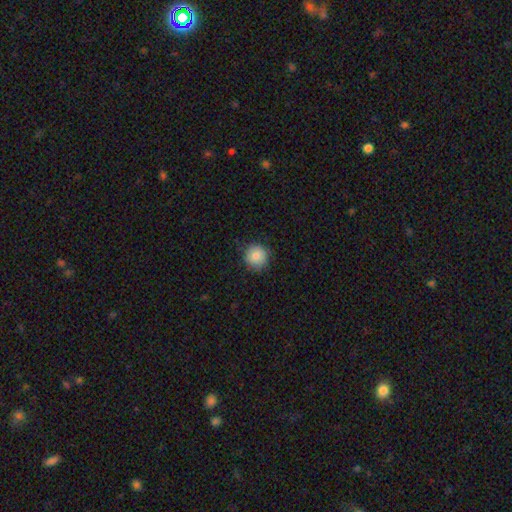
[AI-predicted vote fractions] Overall: smooth (84%). How rounded: round (93%). Merging: none (86%).